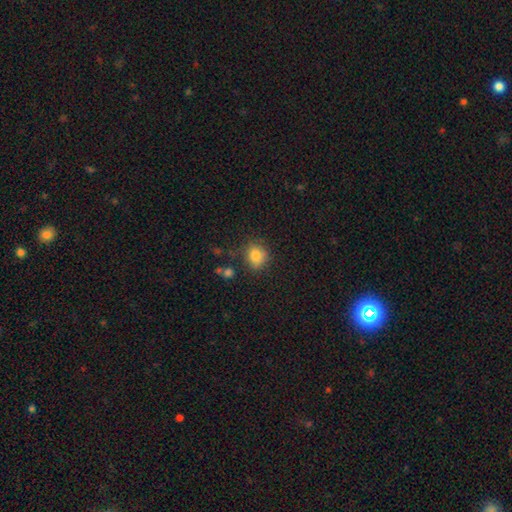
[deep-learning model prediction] smooth 83%, star or artifact 10%, featured or disk 7%. Down the decision tree: how rounded — round (72%); merging — none (77%).